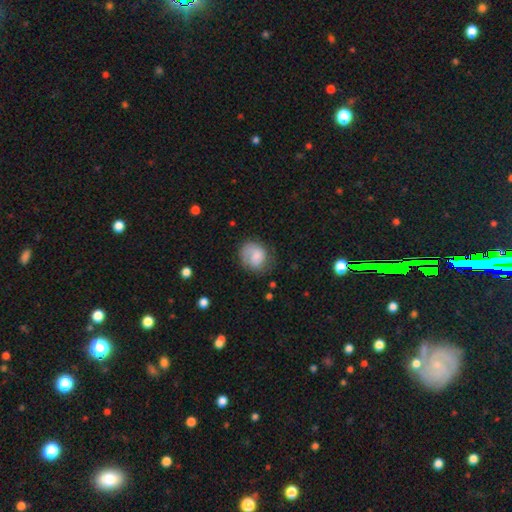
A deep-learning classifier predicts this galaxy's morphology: Smooth or featured?
  - smooth: 64% *
  - featured or disk: 28%
  - star or artifact: 8%
How rounded?
  - round: 61% *
  - in between: 38%
  - cigar-shaped: 1%
Merging?
  - none: 55% *
  - minor disturbance: 25%
  - major disturbance: 17%
  - merger: 2%